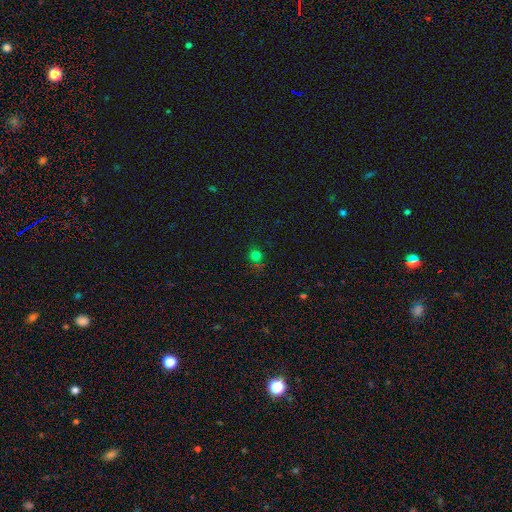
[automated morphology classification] This is likely a smooth galaxy (67%). How rounded: clearly round (83%). Merging: likely none (71%).